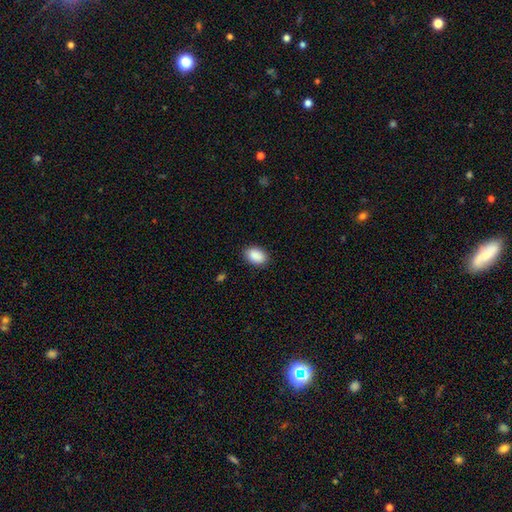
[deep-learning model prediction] Morphology: type=smooth (90%); roundness=in between (87%); merging=none (88%).